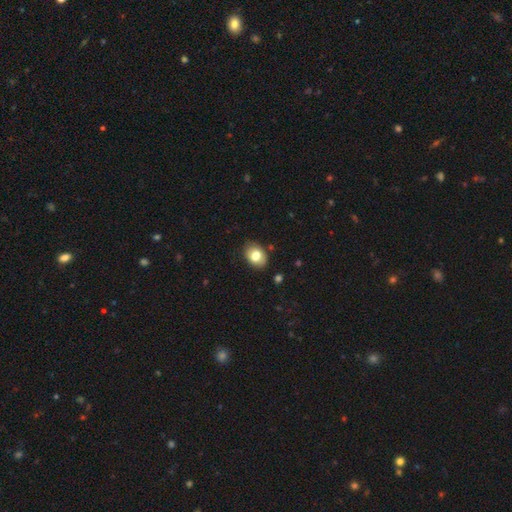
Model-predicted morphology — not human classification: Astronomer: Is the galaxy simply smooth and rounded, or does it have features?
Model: smooth — 77%.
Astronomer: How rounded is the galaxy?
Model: in between — 75%.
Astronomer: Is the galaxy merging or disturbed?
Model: none — 83%.